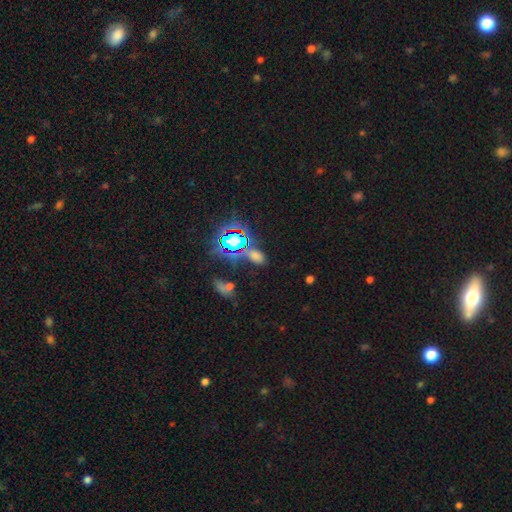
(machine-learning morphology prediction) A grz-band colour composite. It shows a smooth galaxy with no disk features (49%). Merging: none (69%).